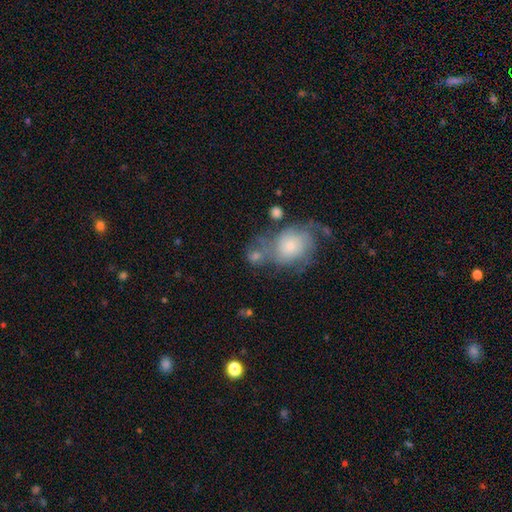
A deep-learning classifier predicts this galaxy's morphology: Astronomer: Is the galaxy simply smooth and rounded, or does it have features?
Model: smooth — 48% (runner-up: featured or disk, 41%).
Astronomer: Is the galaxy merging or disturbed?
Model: none — 37% (runner-up: merger, 27%).